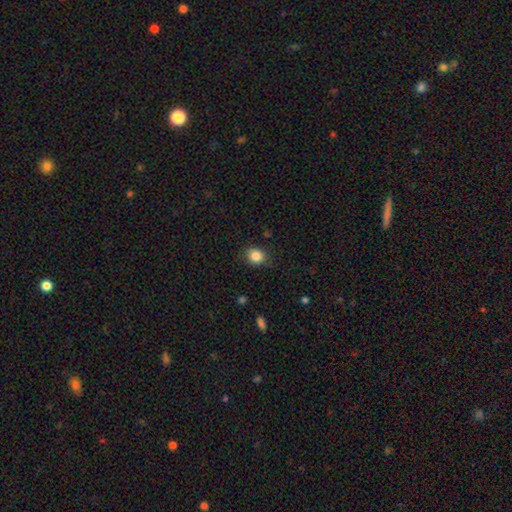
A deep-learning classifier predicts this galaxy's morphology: This is clearly a smooth galaxy (85%). How rounded: likely round (70%). Merging: clearly none (81%).